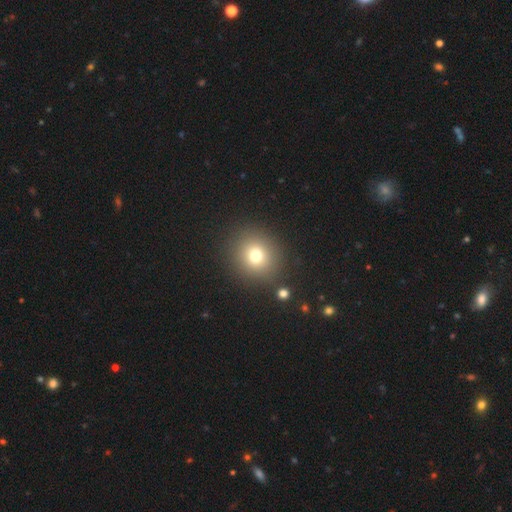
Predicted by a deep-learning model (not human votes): Smooth or featured? Predicted: smooth (p=0.74). How rounded? Predicted: round (p=0.86). Merging? Predicted: none (p=0.86).